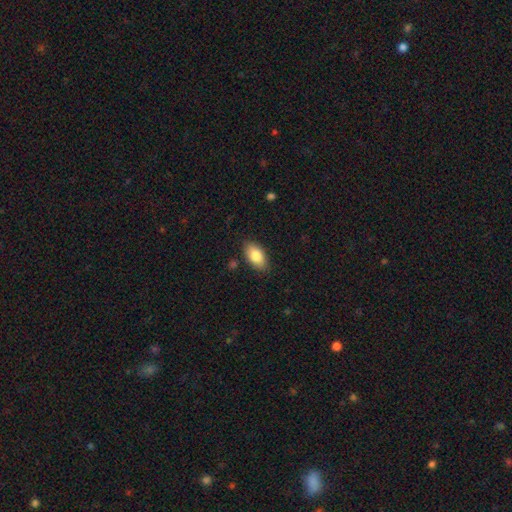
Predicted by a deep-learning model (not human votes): Q: Smooth or featured?
A: smooth (83%); runner-up: featured or disk (10%)
Q: How rounded?
A: in between (93%); runner-up: round (4%)
Q: Merging?
A: none (85%); runner-up: minor disturbance (11%)